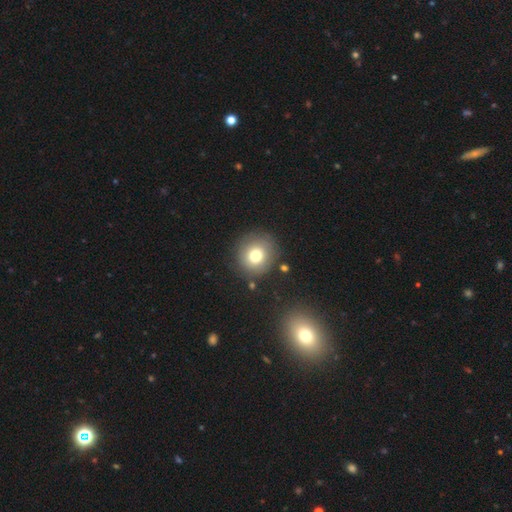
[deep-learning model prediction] This is likely a smooth galaxy (74%). How rounded: clearly round (91%). Merging: clearly none (83%).